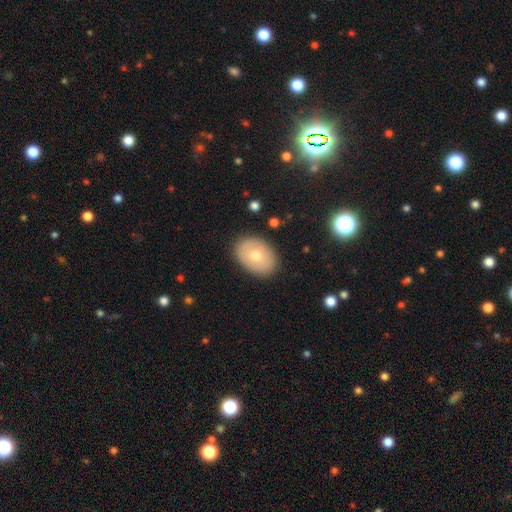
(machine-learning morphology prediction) Overall: smooth (67%). How rounded: in between (76%). Merging: none (86%).